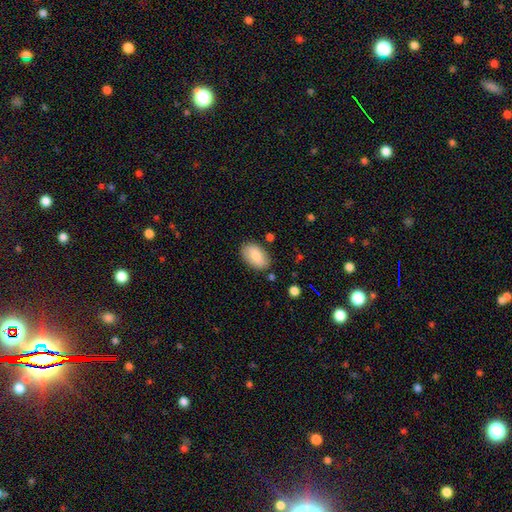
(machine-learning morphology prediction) type=smooth (84%); roundness=in between (93%); merging=none (81%).